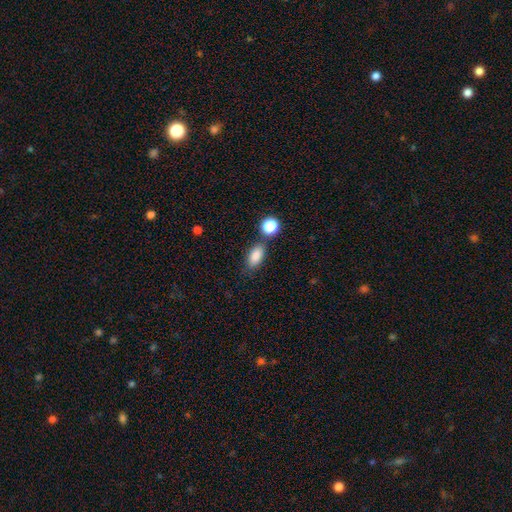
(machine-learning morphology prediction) type=smooth (85%); roundness=in between (85%); merging=none (68%).